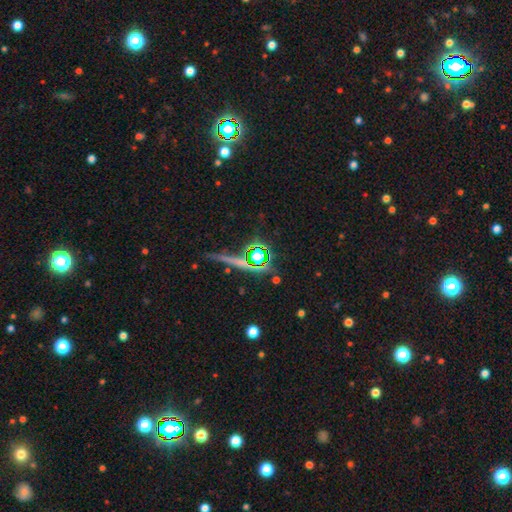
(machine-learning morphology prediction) Q: Smooth or featured?
A: star or artifact (62%); runner-up: smooth (22%)